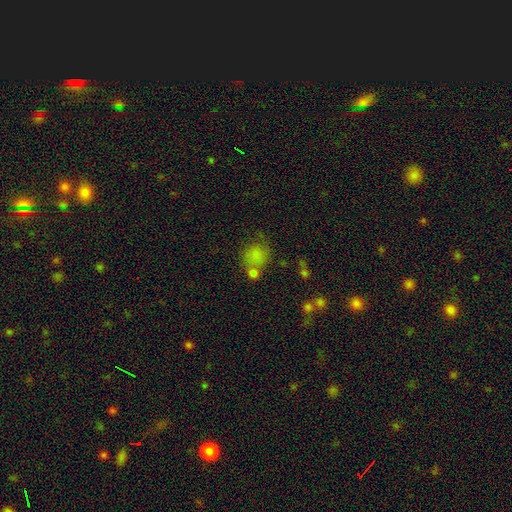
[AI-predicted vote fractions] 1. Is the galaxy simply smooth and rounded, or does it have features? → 75% smooth, 14% star or artifact, 11% featured or disk.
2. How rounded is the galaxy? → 69% round, 30% in between, 1% cigar-shaped.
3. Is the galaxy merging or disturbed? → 48% none, 24% merger, 18% minor disturbance, 10% major disturbance.